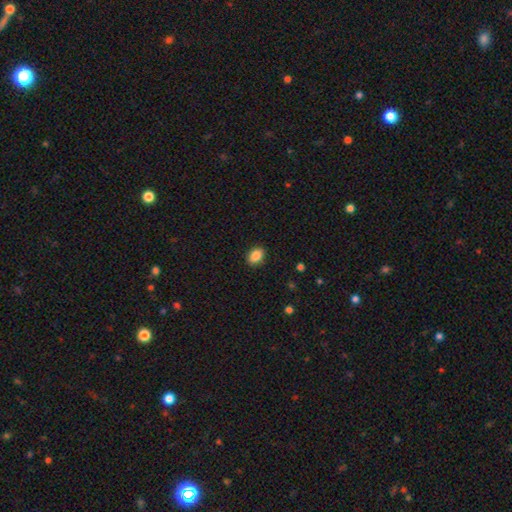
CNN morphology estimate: This appears to be a smooth galaxy with no disk features (87%) that is in between round and cigar-shaped (82%). Merging: none (89%).